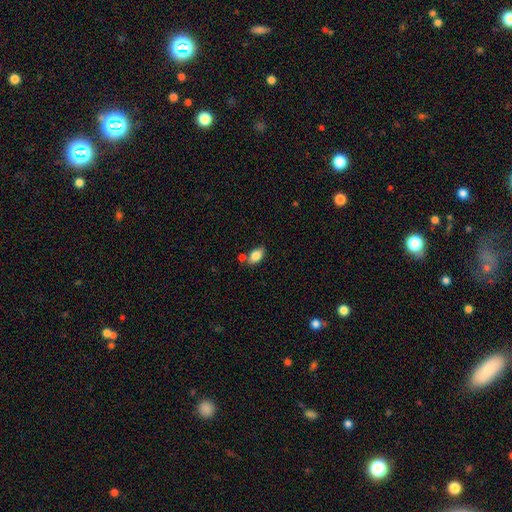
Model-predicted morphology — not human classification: A smooth galaxy with no disk features (82%) that is in between round and cigar-shaped (90%). Merging: none (69%).